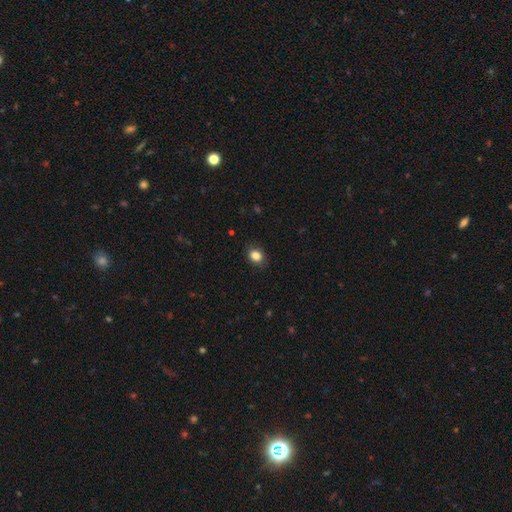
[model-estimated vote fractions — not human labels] Smooth or featured? Predicted: smooth (p=0.85). How rounded? Predicted: in between (p=0.50). Merging? Predicted: none (p=0.86).